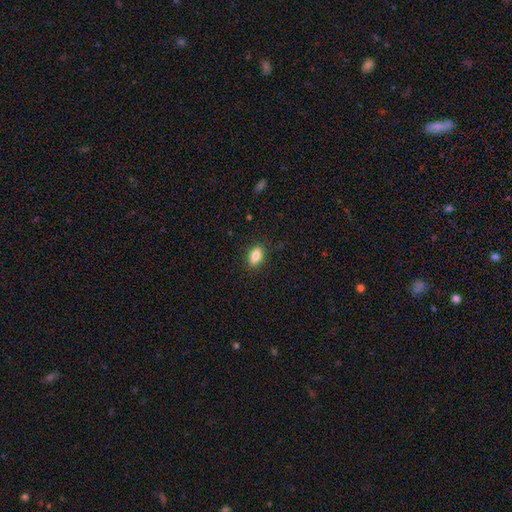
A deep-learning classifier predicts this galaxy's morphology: Smooth or featured? smooth (84%)
How rounded? in between (87%)
Merging? none (87%)